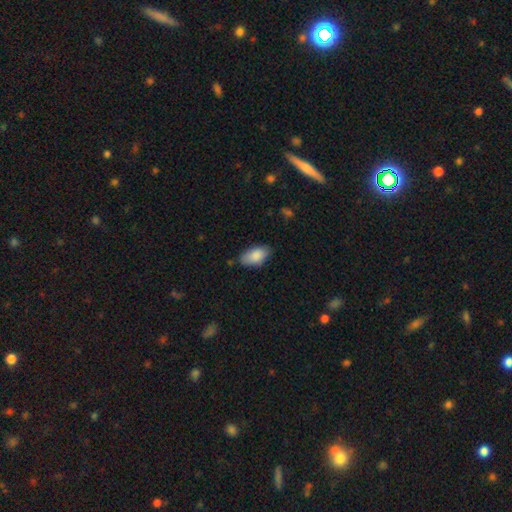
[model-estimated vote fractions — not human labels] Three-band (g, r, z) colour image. It shows a smooth galaxy with no disk features (86%) that is in between round and cigar-shaped (93%). Merging: none (76%).